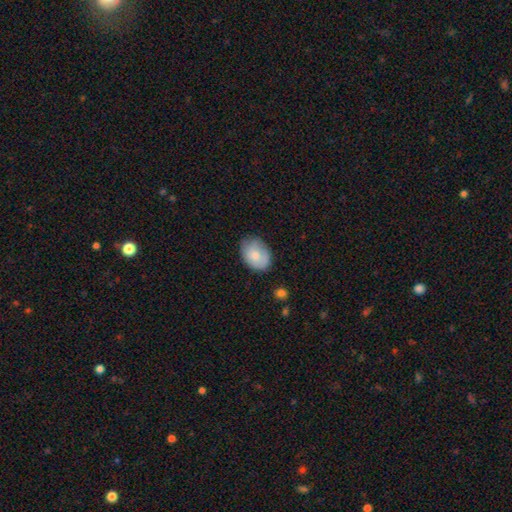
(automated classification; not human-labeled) Smooth or featured? Predicted: smooth (p=0.73). How rounded? Predicted: in between (p=0.73). Merging? Predicted: none (p=0.69).